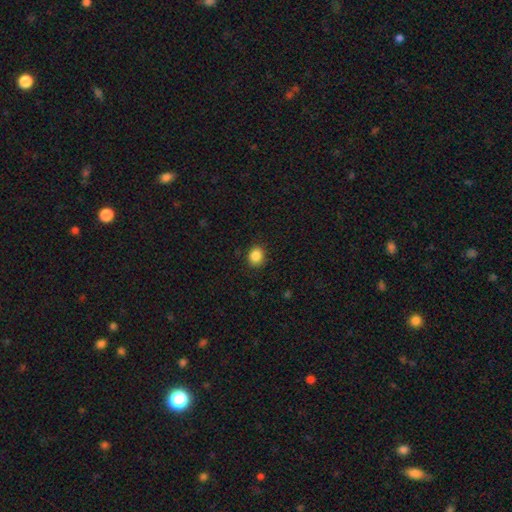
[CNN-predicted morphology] type=smooth (86%); roundness=round (68%); merging=none (88%).